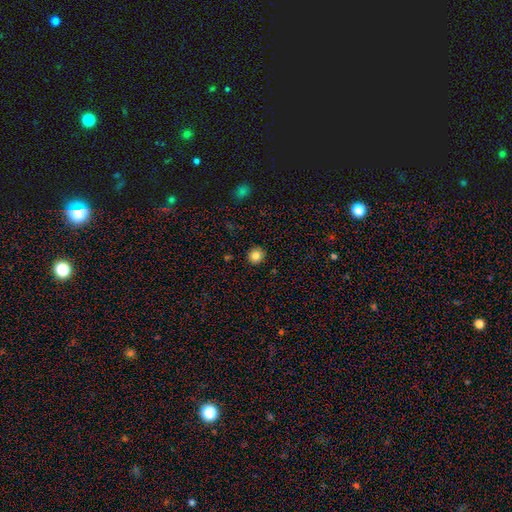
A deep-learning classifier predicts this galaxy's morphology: smooth 83%, star or artifact 11%, featured or disk 6%. Down the decision tree: how rounded — round (93%); merging — none (91%).